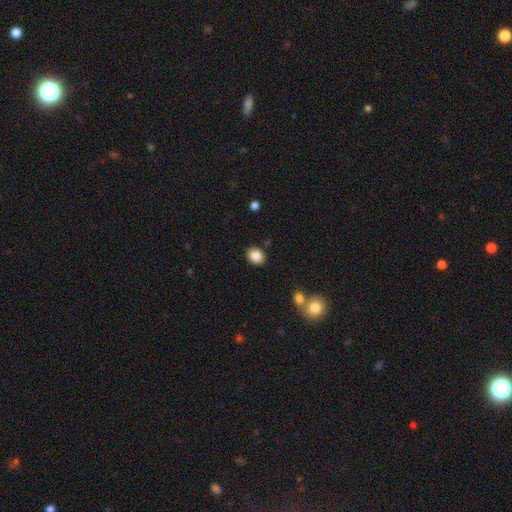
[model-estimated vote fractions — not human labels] This is clearly a smooth galaxy (85%). How rounded: possibly round (51%). Merging: clearly none (87%).